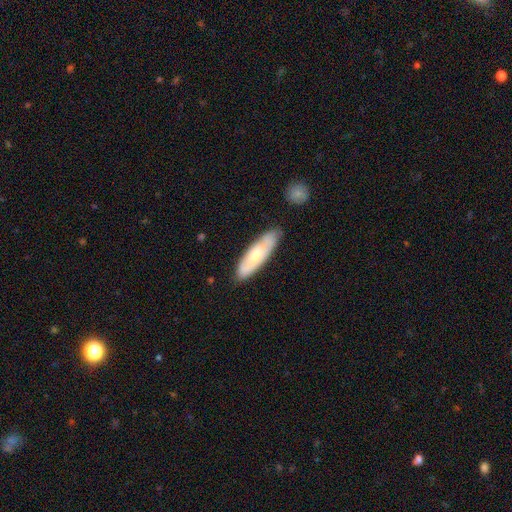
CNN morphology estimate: smooth 57%, featured or disk 38%, star or artifact 5%. Down the decision tree: how rounded — cigar-shaped (55%); merging — none (78%).